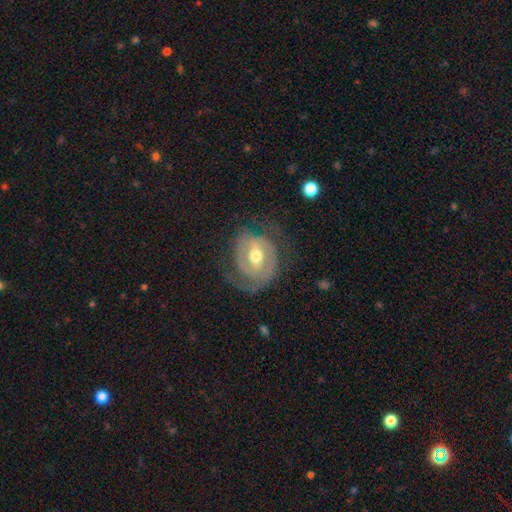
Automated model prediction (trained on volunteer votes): A featured or disk galaxy (82%) with a weak bar (45%), 2 (65%) tight (43%) spiral arms (87%) and a moderate central bulge (75%). Merging: none (62%).